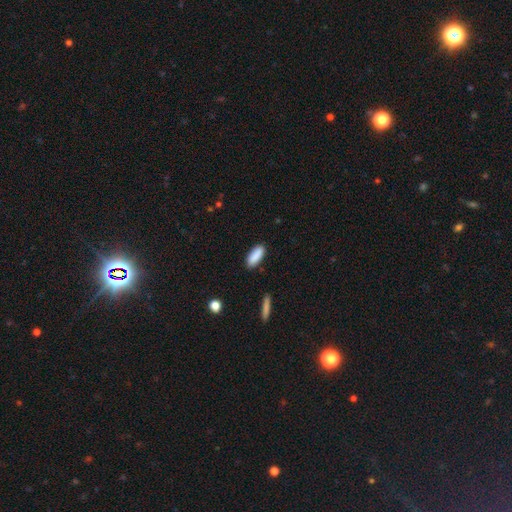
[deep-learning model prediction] This appears to be a smooth galaxy with no disk features (89%) that is in between round and cigar-shaped (71%). Merging: none (86%).